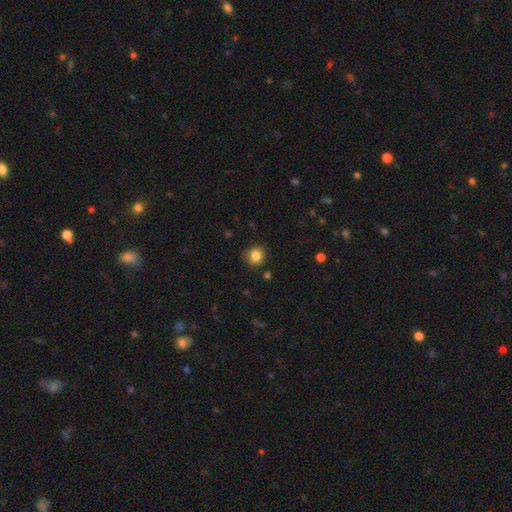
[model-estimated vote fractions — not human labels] Smooth or featured? smooth (84%)
How rounded? round (89%)
Merging? none (85%)